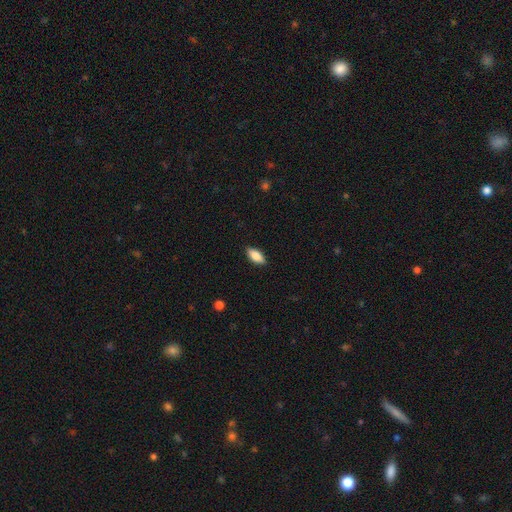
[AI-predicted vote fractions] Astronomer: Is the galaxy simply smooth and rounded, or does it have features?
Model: smooth — 84%.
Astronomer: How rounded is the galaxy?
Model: in between — 84%.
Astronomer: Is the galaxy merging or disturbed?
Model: none — 88%.